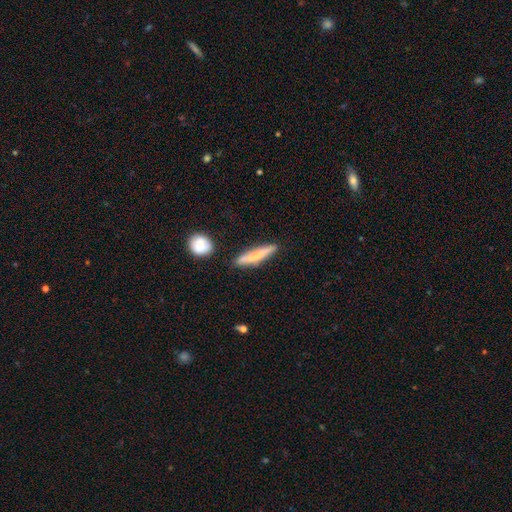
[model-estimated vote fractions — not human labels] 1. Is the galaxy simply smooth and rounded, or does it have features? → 64% smooth, 30% featured or disk, 7% star or artifact.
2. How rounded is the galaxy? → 90% cigar-shaped, 8% in between, 2% round.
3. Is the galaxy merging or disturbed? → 80% none, 12% minor disturbance, 4% merger, 3% major disturbance.